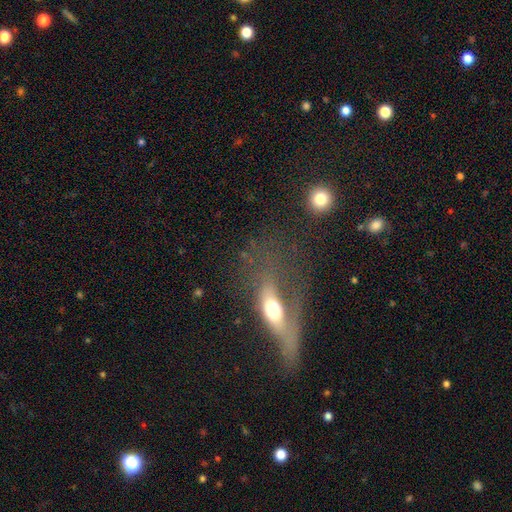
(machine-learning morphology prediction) Smooth or featured: featured or disk — 55% (smooth — 31%)
Edge-on disk: yes — 56% (no — 44%)
Merging: major disturbance — 36% (none — 35%)